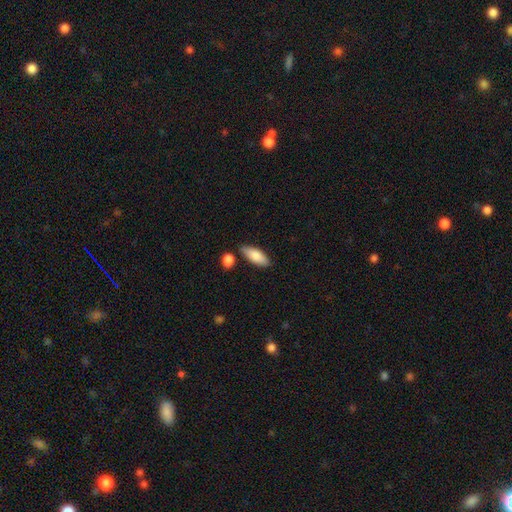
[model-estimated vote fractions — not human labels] A smooth galaxy with no disk features (81%) that is in between round and cigar-shaped (77%).

Vote fractions:
- Smooth or featured? smooth: 81% / featured or disk: 13% / star or artifact: 6%
- How rounded? in between: 77% / cigar-shaped: 20% / round: 2%
- Merging? none: 77% / minor disturbance: 13% / merger: 7% / major disturbance: 3%